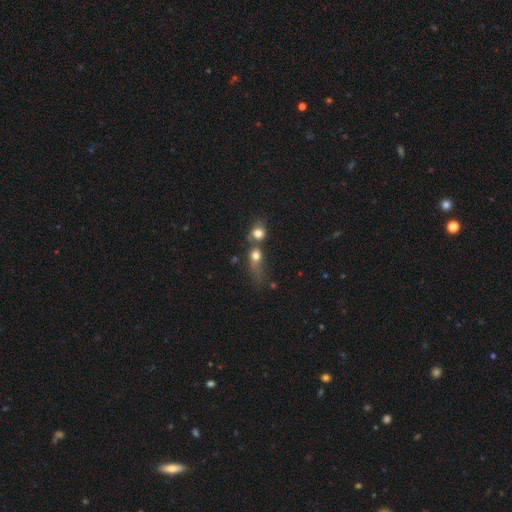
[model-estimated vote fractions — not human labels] Smooth or featured?
  - smooth: 71% *
  - featured or disk: 15%
  - star or artifact: 14%
How rounded?
  - round: 64% *
  - in between: 31%
  - cigar-shaped: 5%
Merging?
  - merger: 59% *
  - none: 20%
  - major disturbance: 13%
  - minor disturbance: 9%